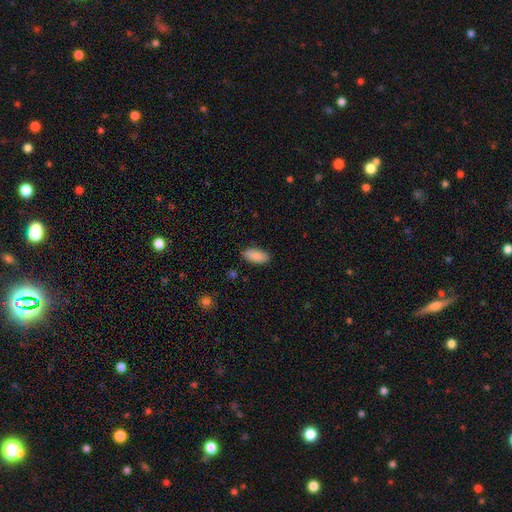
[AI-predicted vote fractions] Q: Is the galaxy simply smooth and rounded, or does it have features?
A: smooth — 89%.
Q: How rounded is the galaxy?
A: in between — 91%.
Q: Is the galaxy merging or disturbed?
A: none — 87%.